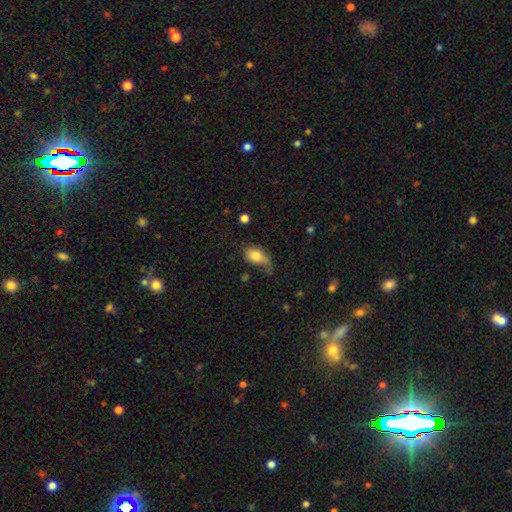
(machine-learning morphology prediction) smooth-or-featured: smooth: 78% | featured or disk: 14% | star or artifact: 8%
  how-rounded: in between: 82% | round: 15% | cigar-shaped: 3%
  merging: minor disturbance: 34% (tied) | none: 34% (tied) | major disturbance: 26% | merger: 6%